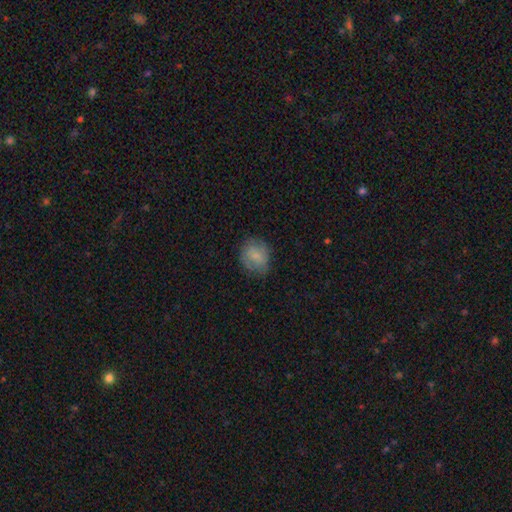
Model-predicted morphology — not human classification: smooth-or-featured: smooth: 76% | featured or disk: 16% | star or artifact: 8%
  how-rounded: round: 70% | in between: 29% | cigar-shaped: 1%
  merging: none: 71% | minor disturbance: 21% | major disturbance: 7% | merger: 1%